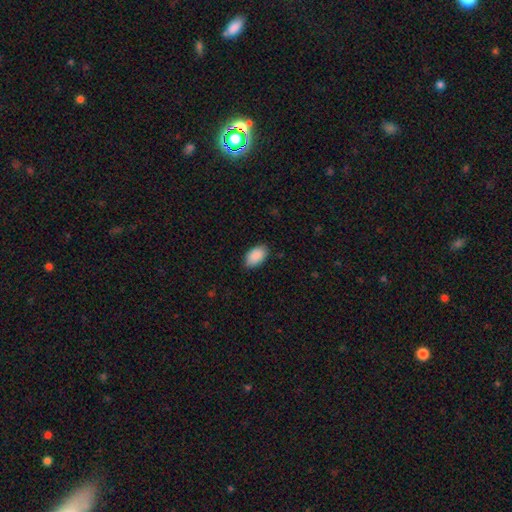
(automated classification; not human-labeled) Smooth or featured? Predicted: smooth (p=0.90). How rounded? Predicted: in between (p=0.94). Merging? Predicted: none (p=0.84).